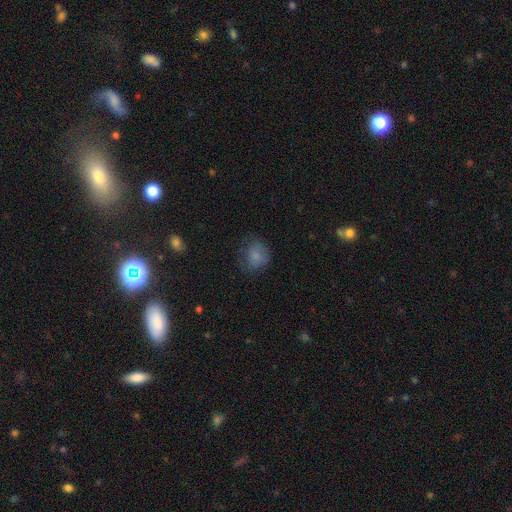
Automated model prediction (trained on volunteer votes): This is likely a smooth galaxy (77%). How rounded: likely round (74%). Merging: likely none (66%).